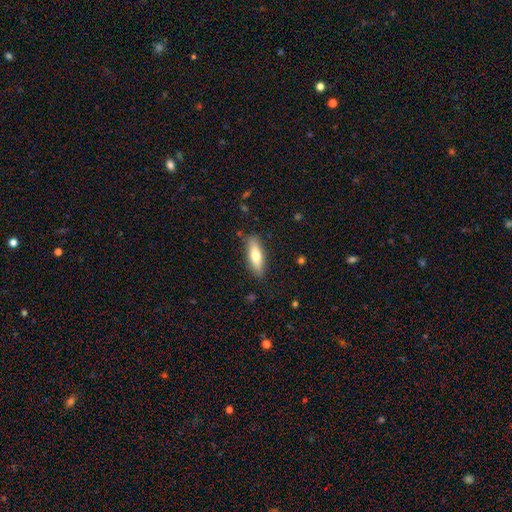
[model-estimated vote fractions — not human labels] Smooth or featured? smooth (70%)
How rounded? in between (54%)
Merging? none (85%)